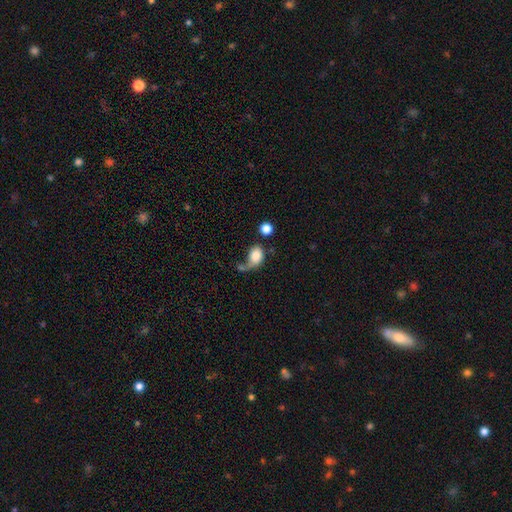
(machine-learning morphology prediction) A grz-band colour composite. It shows a smooth galaxy with no disk features (76%) that is in between round and cigar-shaped (65%). Merging: none (29%, tied with major disturbance).